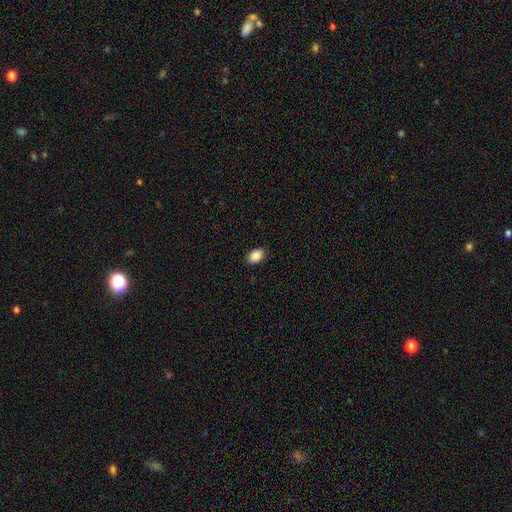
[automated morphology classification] smooth 89%, star or artifact 7%, featured or disk 3%. Down the decision tree: how rounded — in between (87%); merging — none (89%).